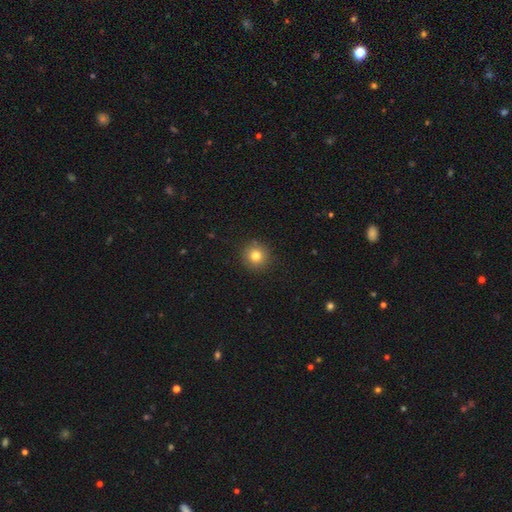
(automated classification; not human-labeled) Q: Smooth or featured?
A: smooth (80%); runner-up: star or artifact (12%)
Q: How rounded?
A: round (94%); runner-up: in between (5%)
Q: Merging?
A: none (91%); runner-up: minor disturbance (6%)